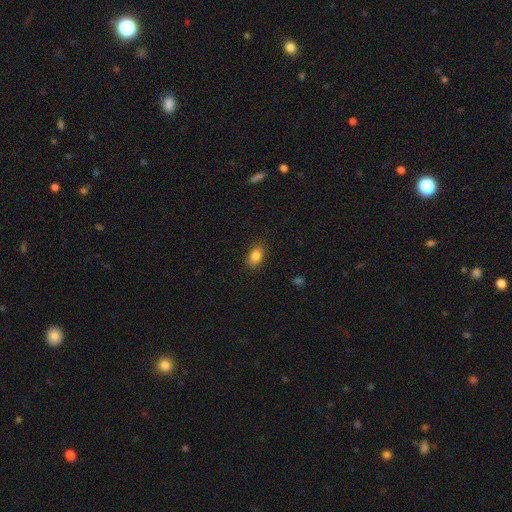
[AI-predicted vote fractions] A smooth galaxy with no disk features (84%) that is in between round and cigar-shaped (85%).

Vote fractions:
- Smooth or featured? smooth: 84% / star or artifact: 9% / featured or disk: 7%
- How rounded? in between: 85% / round: 13% / cigar-shaped: 2%
- Merging? none: 86% / minor disturbance: 10% / major disturbance: 2% / merger: 1%